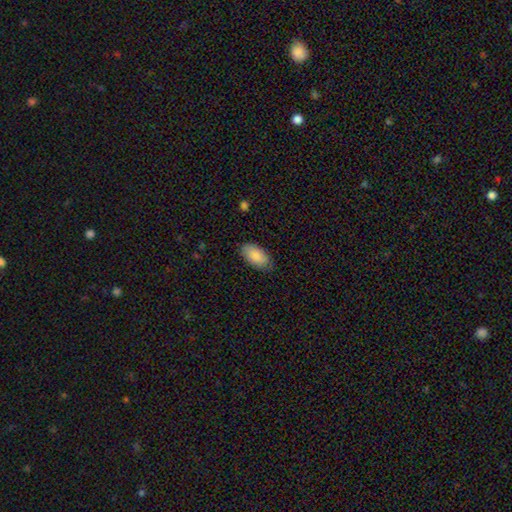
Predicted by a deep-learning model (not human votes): Smooth or featured? smooth (87%)
How rounded? in between (95%)
Merging? none (82%)